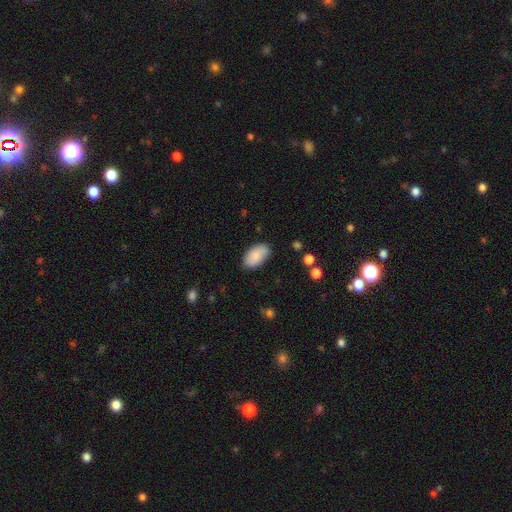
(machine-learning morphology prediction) Q: Smooth or featured?
A: smooth (87%); runner-up: featured or disk (7%)
Q: How rounded?
A: in between (95%); runner-up: round (4%)
Q: Merging?
A: none (81%); runner-up: minor disturbance (15%)